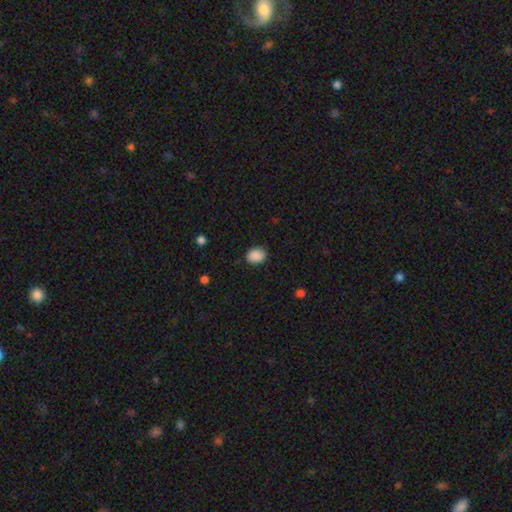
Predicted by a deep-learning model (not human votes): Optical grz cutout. It shows a smooth galaxy with no disk features (89%) that is in between round and cigar-shaped (56%). Merging: none (84%).